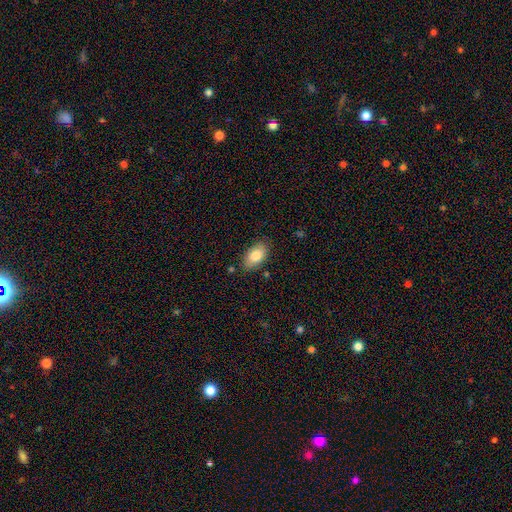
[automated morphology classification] Q: Smooth or featured?
A: smooth (82%); runner-up: featured or disk (11%)
Q: How rounded?
A: in between (93%); runner-up: round (5%)
Q: Merging?
A: none (82%); runner-up: minor disturbance (13%)